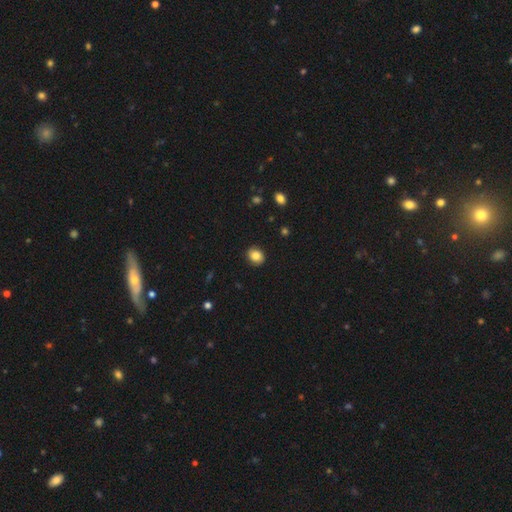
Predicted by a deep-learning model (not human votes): smooth_or_featured: smooth (p=0.83) [alt: star or artifact p=0.09]
how_rounded: round (p=0.65) [alt: in between p=0.34]
merging: none (p=0.89) [alt: minor disturbance p=0.08]